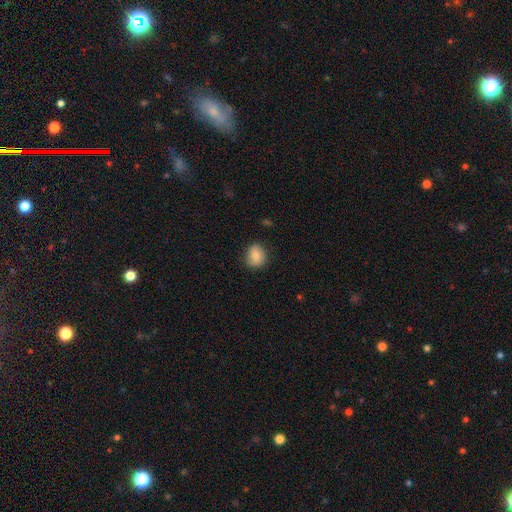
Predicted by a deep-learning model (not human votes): Q: Smooth or featured?
A: smooth (78%); runner-up: featured or disk (14%)
Q: How rounded?
A: round (71%); runner-up: in between (28%)
Q: Merging?
A: none (82%); runner-up: minor disturbance (14%)